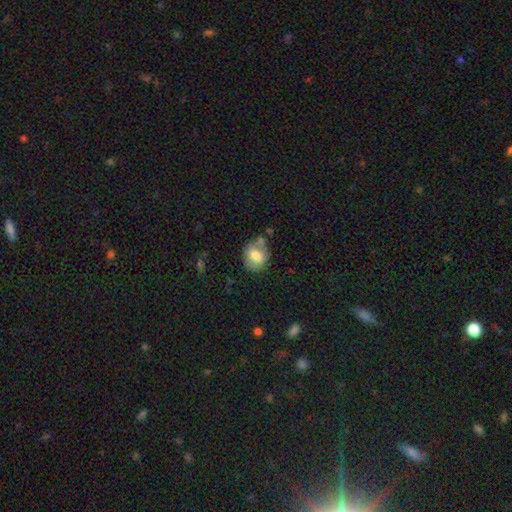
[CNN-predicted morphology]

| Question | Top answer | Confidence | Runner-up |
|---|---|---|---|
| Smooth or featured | smooth | 69% | featured or disk (24%) |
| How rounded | round | 55% | in between (43%) |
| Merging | none | 62% | minor disturbance (21%) |